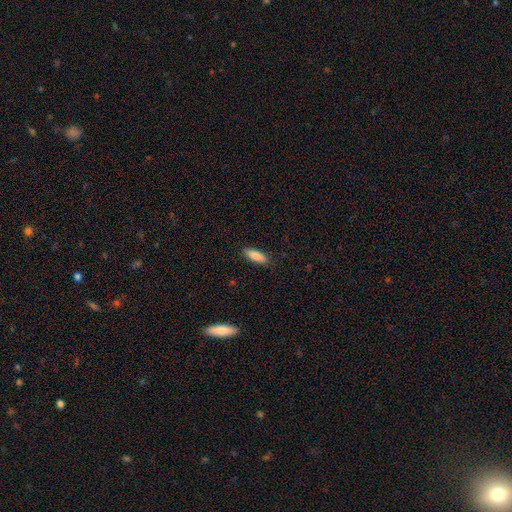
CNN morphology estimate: This appears to be a smooth galaxy with no disk features (87%) that is in between round and cigar-shaped (59%). Merging: none (88%).